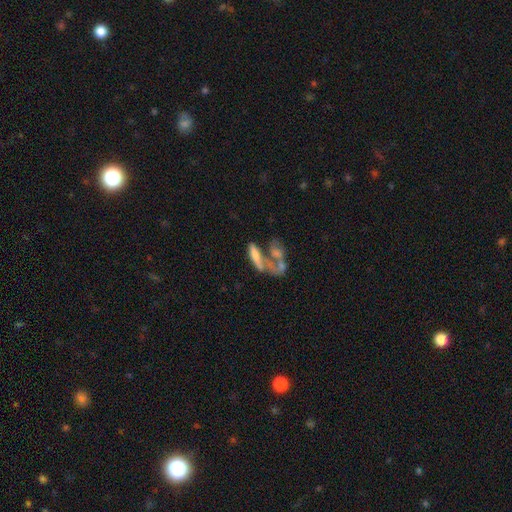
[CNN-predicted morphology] Q: Smooth or featured?
A: smooth (48%); runner-up: featured or disk (41%)
Q: Merging?
A: merger (56%); runner-up: major disturbance (19%)